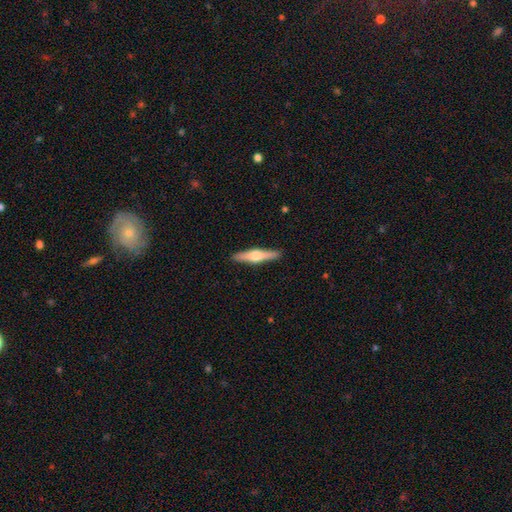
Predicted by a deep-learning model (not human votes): This appears to be a featured or disk galaxy (56%) viewed edge-on (97%) with a rounded central bulge (90%). Merging: none (91%).